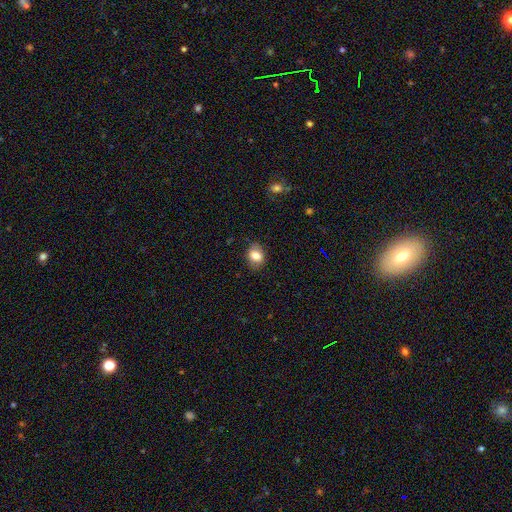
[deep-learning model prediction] Smooth or featured: smooth — 79% (featured or disk — 12%)
How rounded: in between — 61% (round — 38%)
Merging: none — 80% (minor disturbance — 15%)